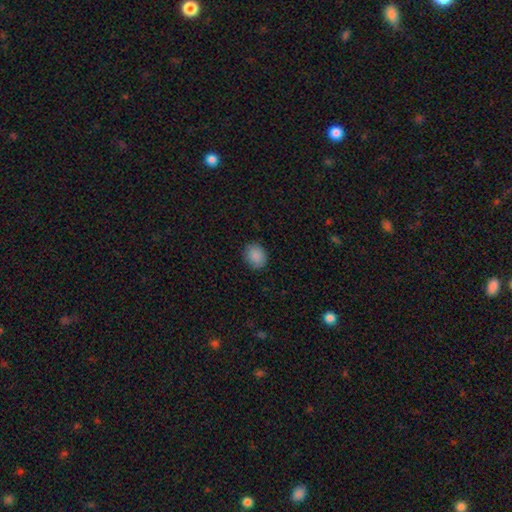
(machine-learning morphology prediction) Smooth or featured: smooth — 88% (star or artifact — 8%)
How rounded: round — 58% (in between — 42%)
Merging: none — 86% (minor disturbance — 10%)